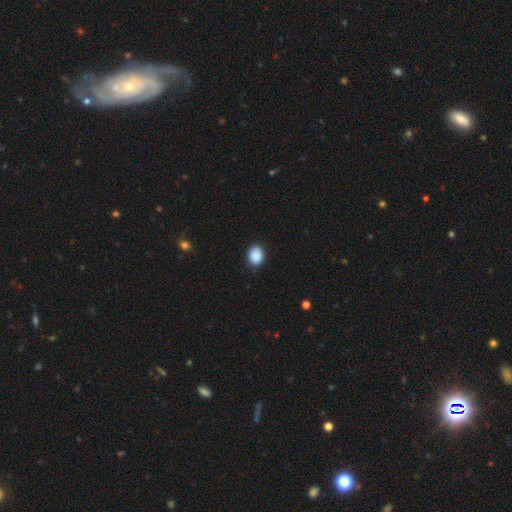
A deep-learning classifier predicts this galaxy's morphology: Overall: smooth (89%). How rounded: in between (59%; round 40%). Merging: none (85%).